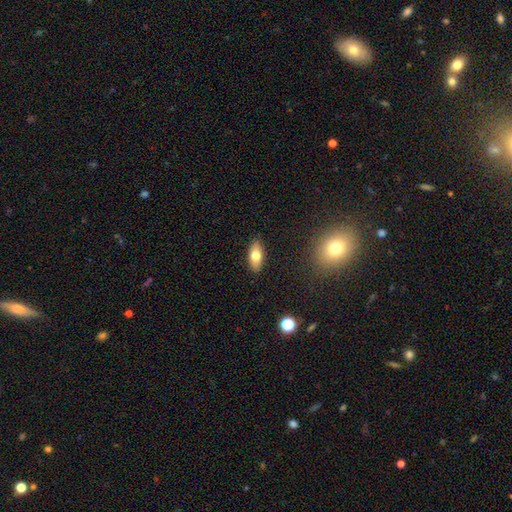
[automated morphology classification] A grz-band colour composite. It shows a smooth galaxy with no disk features (74%) that is in between round and cigar-shaped (83%). Merging: none (88%).